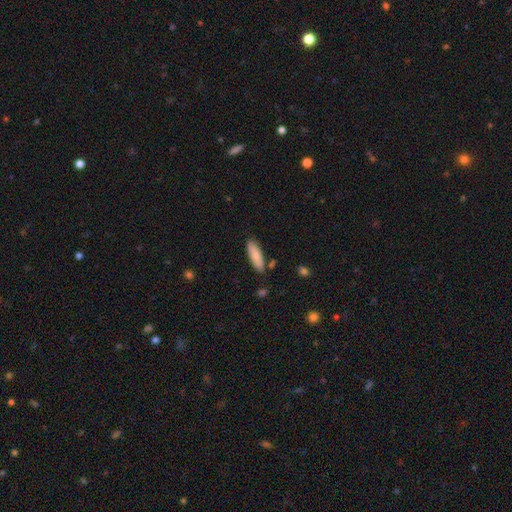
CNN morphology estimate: This is likely a smooth galaxy (78%). How rounded: possibly in between (51%). Merging: clearly none (83%).